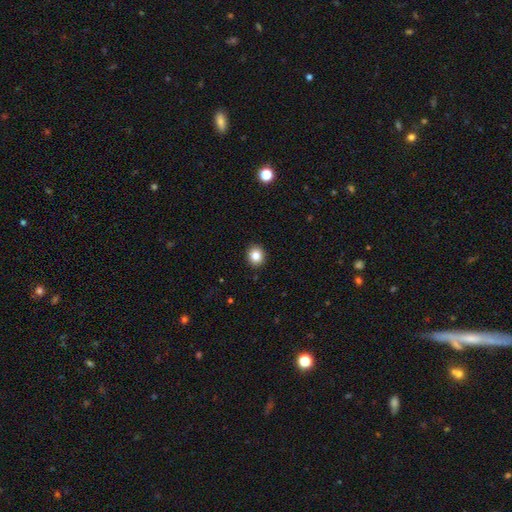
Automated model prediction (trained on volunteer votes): Smooth or featured? Predicted: smooth (p=0.83). How rounded? Predicted: round (p=0.79). Merging? Predicted: none (p=0.92).